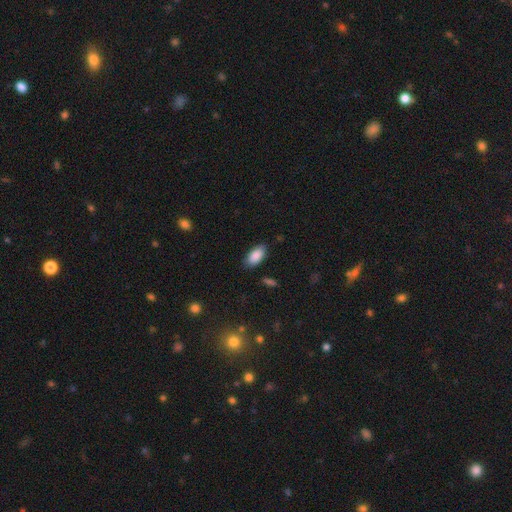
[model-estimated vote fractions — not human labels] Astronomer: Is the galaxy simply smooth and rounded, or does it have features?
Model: smooth — 89%.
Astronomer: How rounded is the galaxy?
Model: in between — 94%.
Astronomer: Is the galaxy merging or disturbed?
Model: none — 83%.